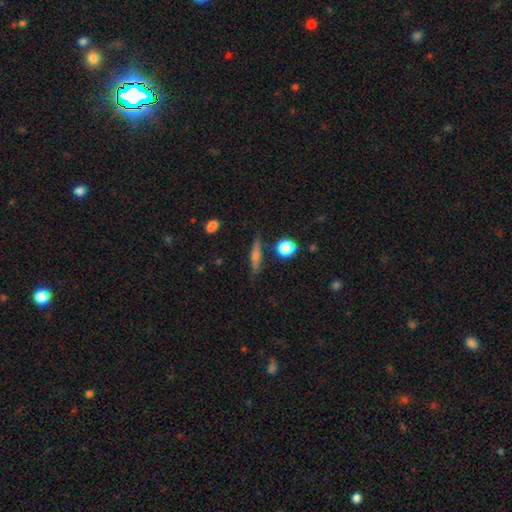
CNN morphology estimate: This appears to be a featured or disk galaxy (45%, tied with smooth). Merging: none (83%).